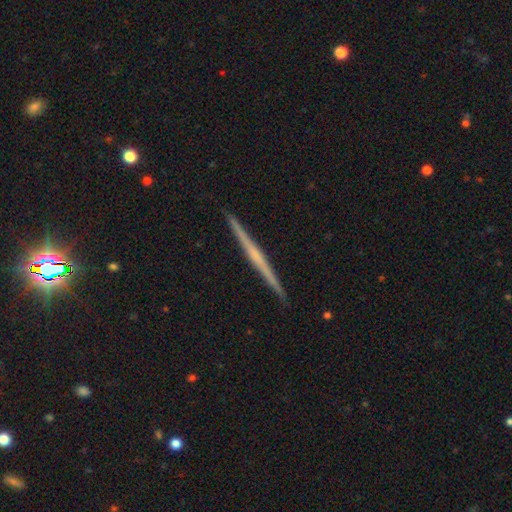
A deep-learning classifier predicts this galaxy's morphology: smooth_or_featured: featured or disk (p=0.72) [alt: smooth p=0.22]
disk_edge_on: yes (p=0.98) [alt: no p=0.02]
edge_on_bulge: none (p=0.64) [alt: rounded p=0.27]
merging: none (p=0.93) [alt: minor disturbance p=0.05]